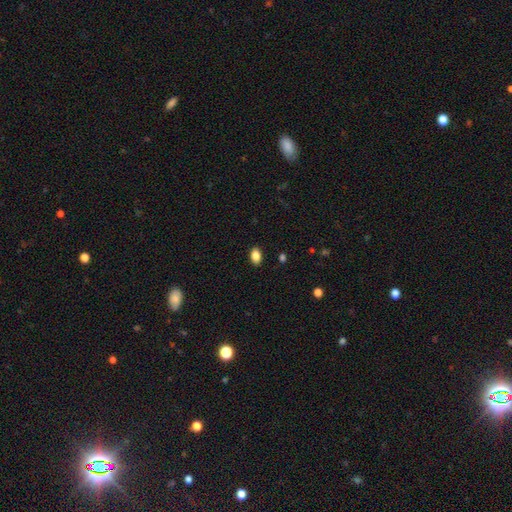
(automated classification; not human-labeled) The model was most divided on "how rounded": in between: 87%, round: 11%, cigar-shaped: 2%. More confident: merging — none (89%); smooth or featured — smooth (87%).